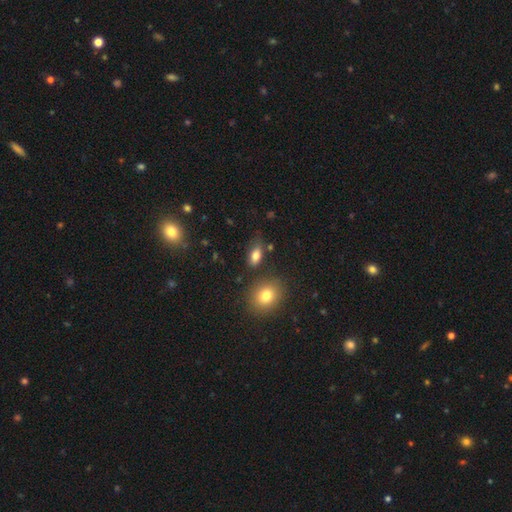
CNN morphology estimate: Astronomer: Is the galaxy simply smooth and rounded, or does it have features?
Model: smooth — 81%.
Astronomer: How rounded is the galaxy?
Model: in between — 86%.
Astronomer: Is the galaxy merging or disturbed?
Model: none — 75%.